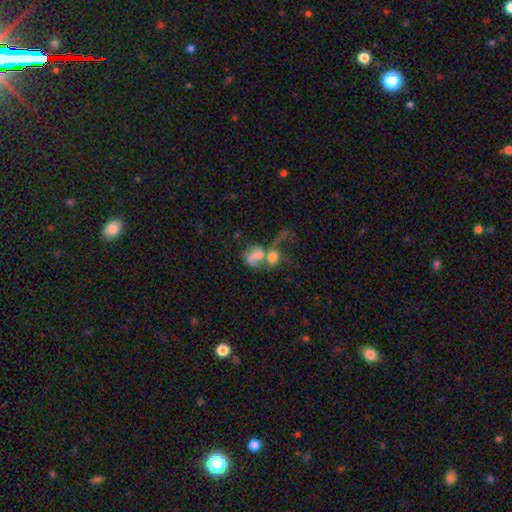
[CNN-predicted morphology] Smooth or featured? Predicted: smooth (p=0.51). How rounded? Predicted: in between (p=0.66). Merging? Predicted: merger (p=0.63).